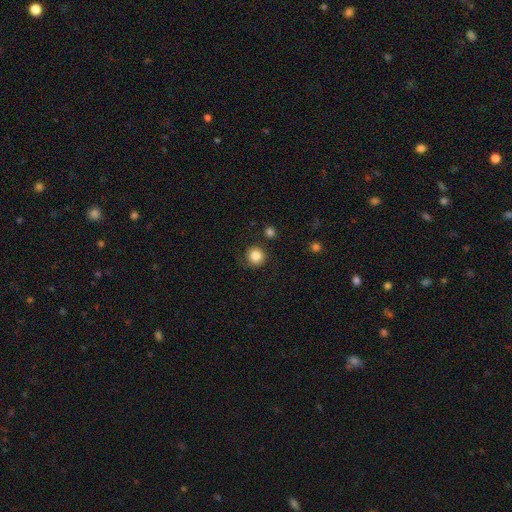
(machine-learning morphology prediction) Smooth or featured? smooth (85%)
How rounded? round (94%)
Merging? none (83%)